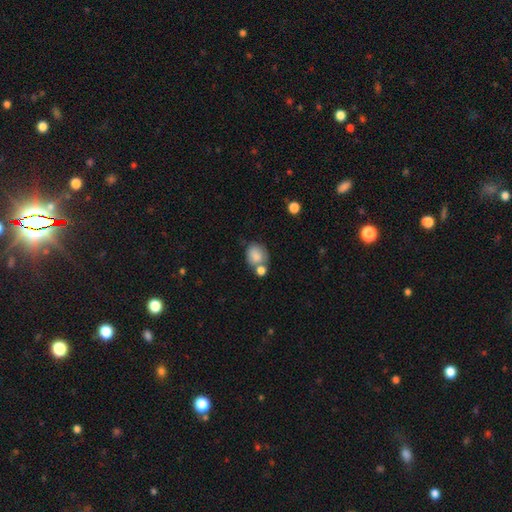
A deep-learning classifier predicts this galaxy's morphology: This is clearly a smooth galaxy (81%). How rounded: possibly round (56%). Merging: marginally none (42%).